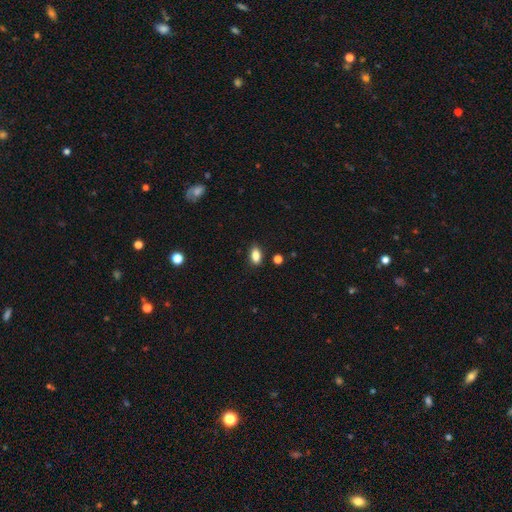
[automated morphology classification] This appears to be a smooth galaxy with no disk features (86%) that is in between round and cigar-shaped (88%). Merging: none (84%).